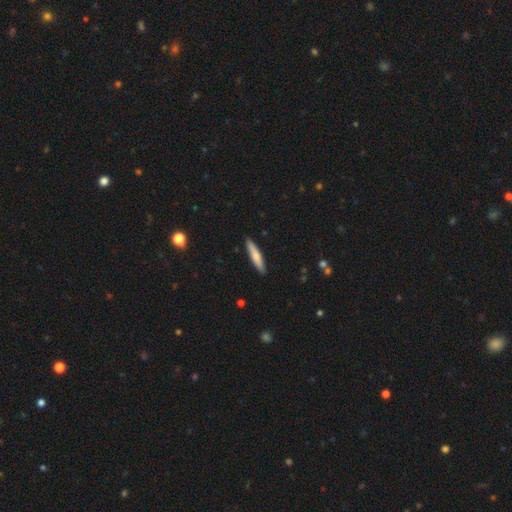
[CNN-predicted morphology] smooth-or-featured: smooth: 69% | featured or disk: 26% | star or artifact: 5%
  how-rounded: cigar-shaped: 89% | in between: 10% | round: 1%
  merging: none: 90% | minor disturbance: 8% | major disturbance: 1% | merger: 1%